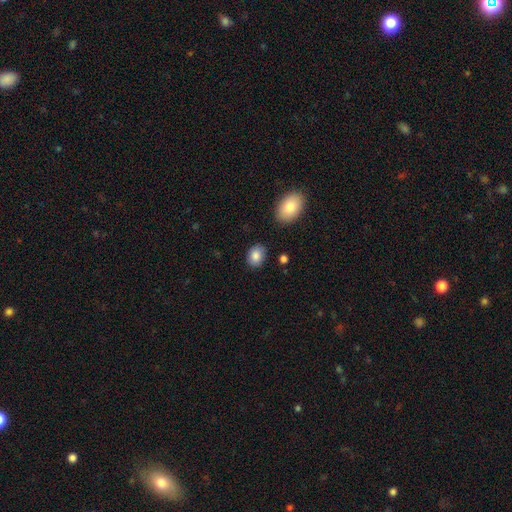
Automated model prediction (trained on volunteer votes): The model was most divided on "how rounded": in between: 67%, round: 32%, cigar-shaped: 1%. More confident: smooth or featured — smooth (85%); merging — none (84%).